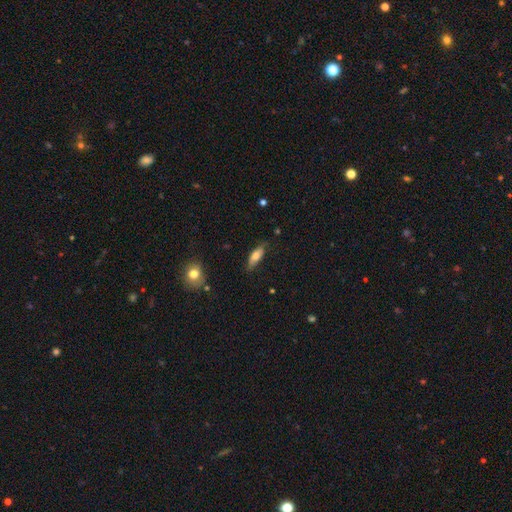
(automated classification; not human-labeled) A smooth galaxy with no disk features (69%) that is in between round and cigar-shaped (60%).

Vote fractions:
- Smooth or featured? smooth: 69% / featured or disk: 24% / star or artifact: 7%
- How rounded? in between: 60% / cigar-shaped: 37% / round: 2%
- Merging? none: 74% / minor disturbance: 20% / major disturbance: 4% / merger: 2%